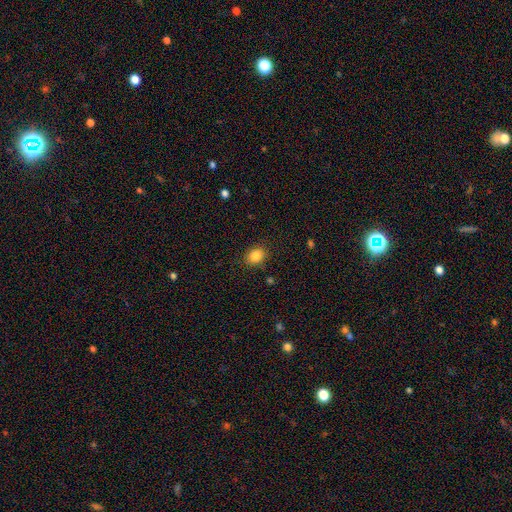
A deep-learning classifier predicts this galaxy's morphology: The model was most divided on "how rounded": in between: 51%, round: 48%, cigar-shaped: 1%. More confident: merging — none (86%); smooth or featured — smooth (85%).